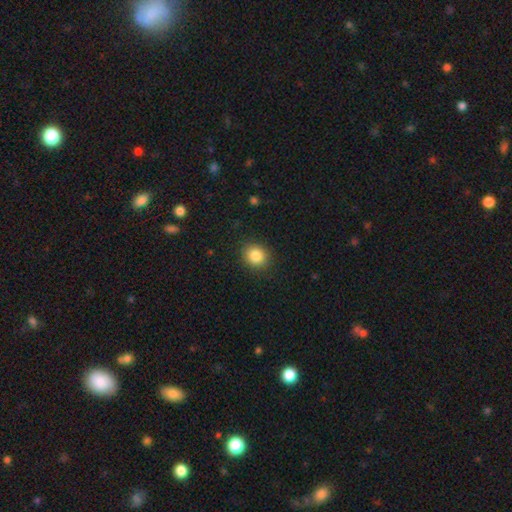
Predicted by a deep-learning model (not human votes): smooth-or-featured: smooth: 85% | star or artifact: 10% | featured or disk: 5%
  how-rounded: round: 76% | in between: 23% | cigar-shaped: 1%
  merging: none: 89% | minor disturbance: 8% | major disturbance: 2% | merger: 1%